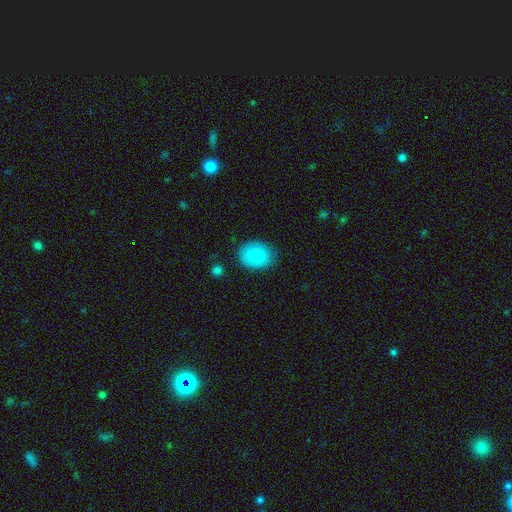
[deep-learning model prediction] Smooth or featured?
  - smooth: 85% *
  - featured or disk: 8%
  - star or artifact: 7%
How rounded?
  - in between: 58% *
  - round: 41%
  - cigar-shaped: 1%
Merging?
  - none: 76% *
  - minor disturbance: 19%
  - major disturbance: 4%
  - merger: 2%